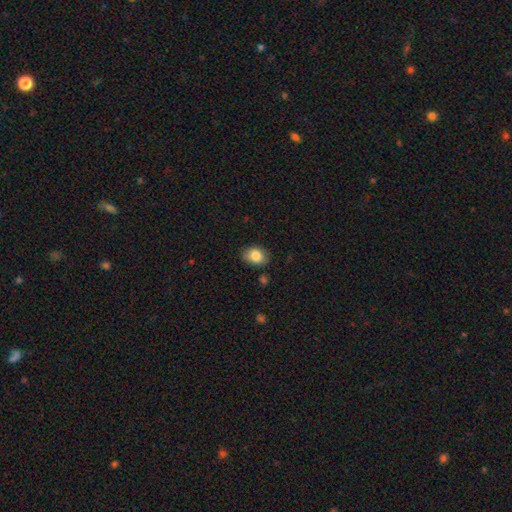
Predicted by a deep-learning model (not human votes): Q: Smooth or featured?
A: smooth (84%); runner-up: star or artifact (8%)
Q: How rounded?
A: in between (68%); runner-up: round (31%)
Q: Merging?
A: none (83%); runner-up: minor disturbance (13%)